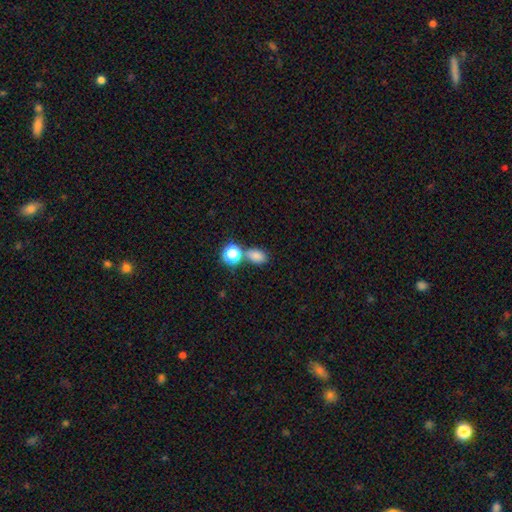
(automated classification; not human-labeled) Overall: smooth (79%). How rounded: in between (74%). Merging: none (62%; merger 23%).